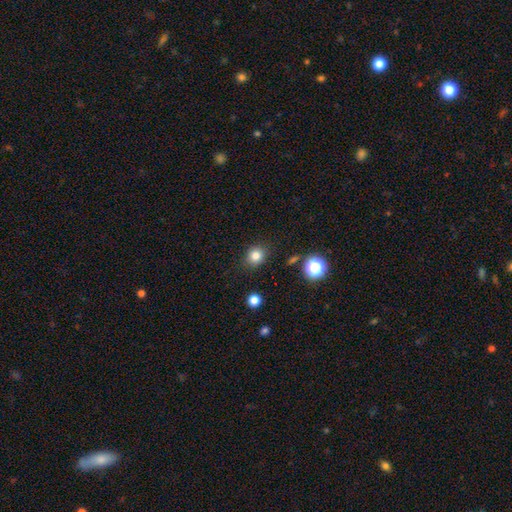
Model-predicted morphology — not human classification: Smooth or featured? Predicted: smooth (p=0.81). How rounded? Predicted: round (p=0.75). Merging? Predicted: none (p=0.87).